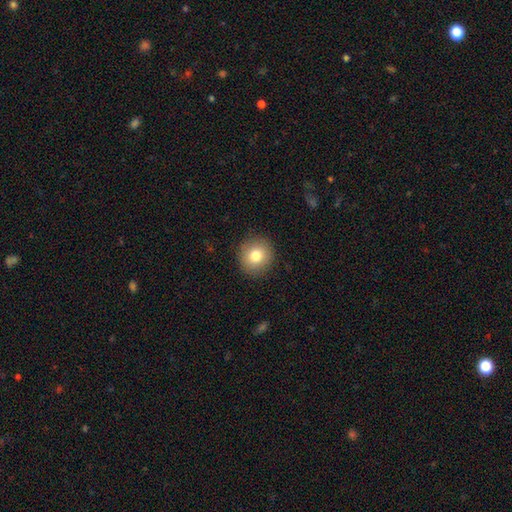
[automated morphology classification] smooth_or_featured: smooth (p=0.80) [alt: featured or disk p=0.10]
how_rounded: round (p=0.89) [alt: in between p=0.10]
merging: none (p=0.90) [alt: minor disturbance p=0.07]